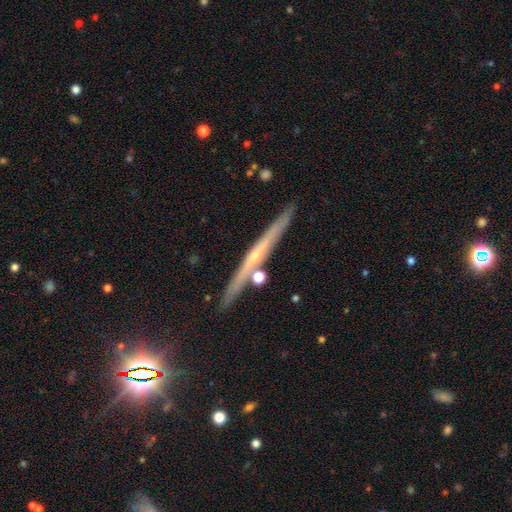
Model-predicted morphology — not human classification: Smooth or featured?
  - featured or disk: 72% *
  - smooth: 20%
  - star or artifact: 8%
Edge-on disk?
  - yes: 97% *
  - no: 3%
Edge-on bulge?
  - rounded: 60% *
  - none: 36%
  - boxy: 4%
Merging?
  - none: 85% *
  - minor disturbance: 8%
  - merger: 5%
  - major disturbance: 2%